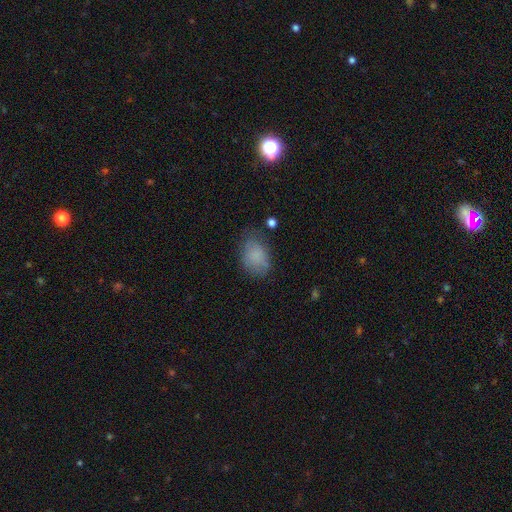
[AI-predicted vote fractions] Smooth or featured? smooth (79%)
How rounded? in between (78%)
Merging? none (61%)